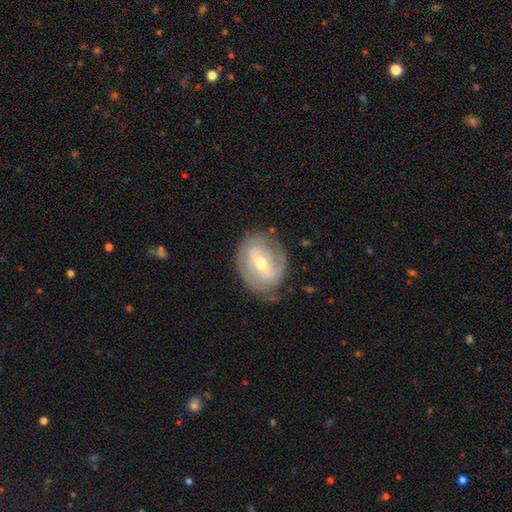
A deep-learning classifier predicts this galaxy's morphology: Smooth or featured: featured or disk — 63% (smooth — 21%)
Edge-on disk: no — 93% (yes — 7%)
Bar: weak — 43% (strong — 35%)
Spiral arms: yes — 75% (no — 25%)
Bulge size: moderate — 50% (small — 45%)
Merging: none — 76% (minor disturbance — 16%)